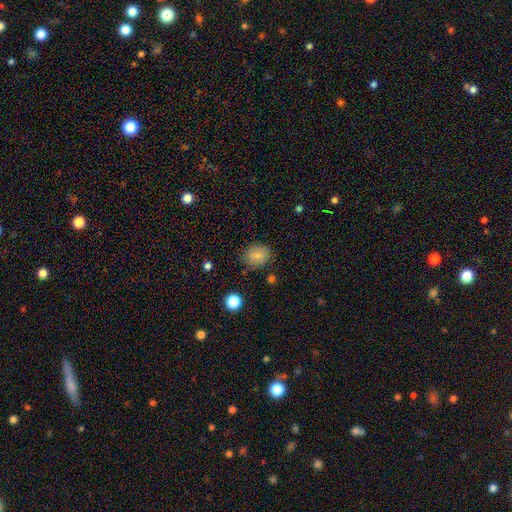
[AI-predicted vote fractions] Smooth or featured? Predicted: smooth (p=0.76). How rounded? Predicted: round (p=0.67). Merging? Predicted: none (p=0.82).